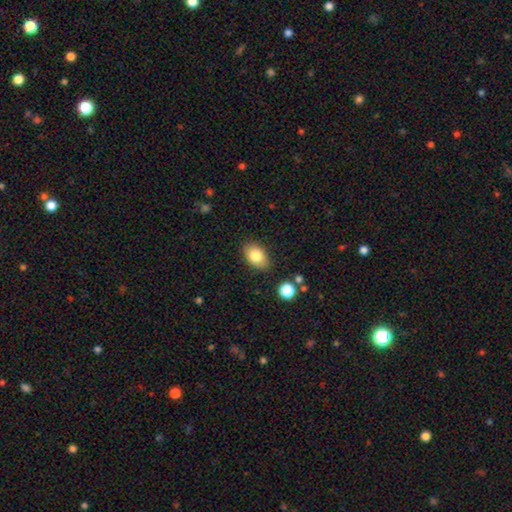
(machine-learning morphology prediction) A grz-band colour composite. It shows a smooth galaxy with no disk features (81%) that is in between round and cigar-shaped (85%). Merging: none (85%).